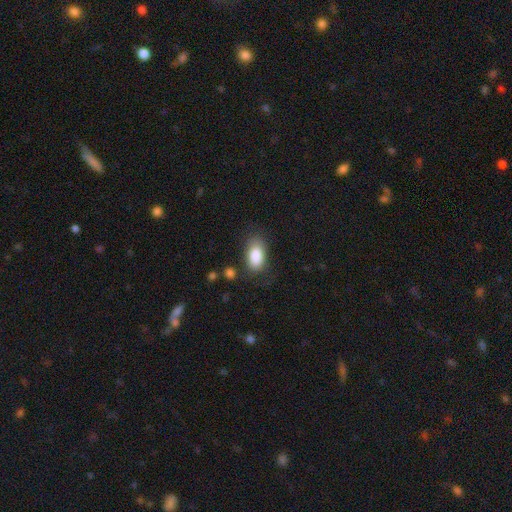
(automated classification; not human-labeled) Q: Smooth or featured?
A: smooth (85%); runner-up: featured or disk (8%)
Q: How rounded?
A: in between (91%); runner-up: round (6%)
Q: Merging?
A: none (74%); runner-up: minor disturbance (18%)